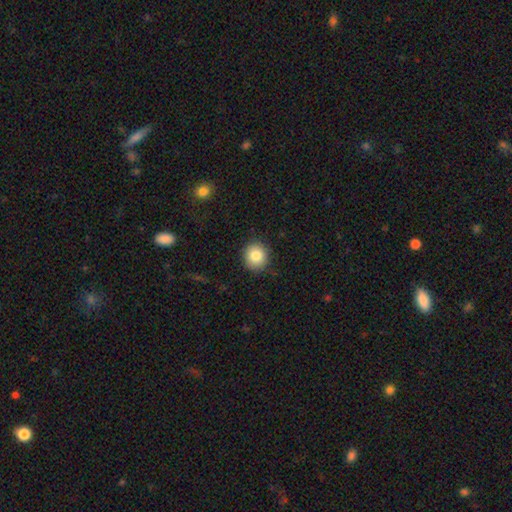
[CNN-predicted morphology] smooth-or-featured: smooth: 84% | star or artifact: 9% | featured or disk: 7%
  how-rounded: round: 84% | in between: 15% | cigar-shaped: 1%
  merging: none: 88% | minor disturbance: 9% | major disturbance: 2% | merger: 1%